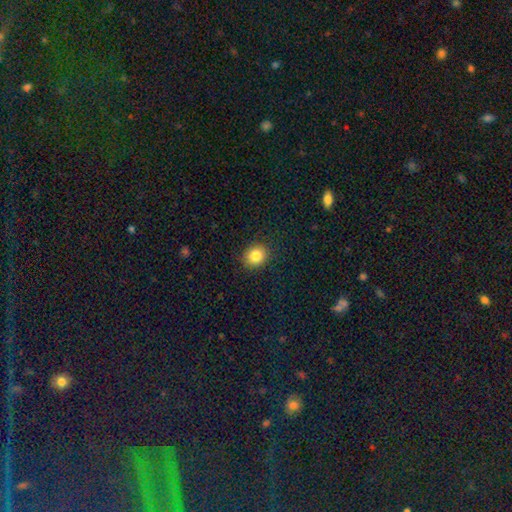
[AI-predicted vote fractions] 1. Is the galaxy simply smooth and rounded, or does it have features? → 84% smooth, 10% star or artifact, 6% featured or disk.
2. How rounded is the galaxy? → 72% round, 28% in between, 1% cigar-shaped.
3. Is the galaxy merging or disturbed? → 89% none, 7% minor disturbance, 2% major disturbance, 1% merger.